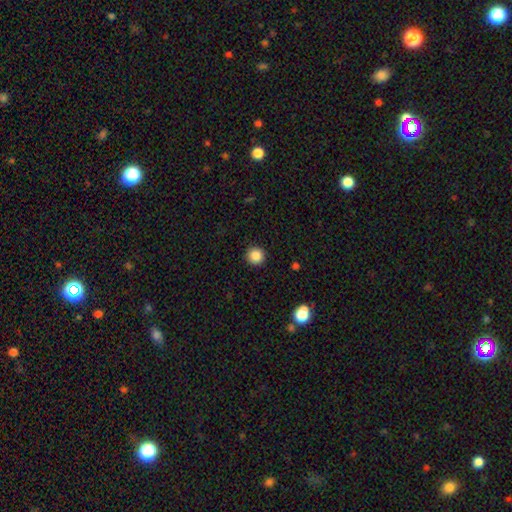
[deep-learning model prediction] Morphology: type=smooth (86%); roundness=round (95%); merging=none (92%).